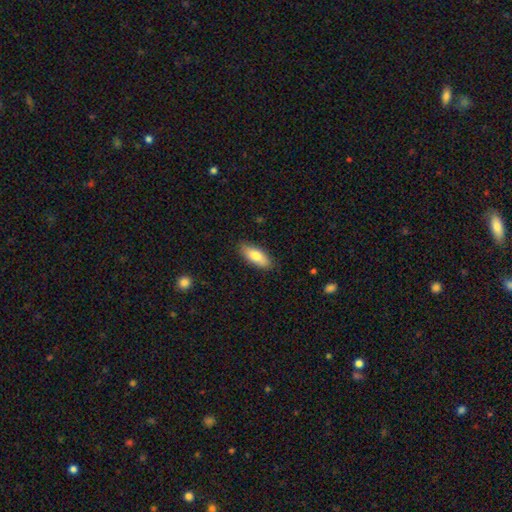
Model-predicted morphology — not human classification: Smooth or featured? smooth (77%)
How rounded? in between (72%)
Merging? none (86%)